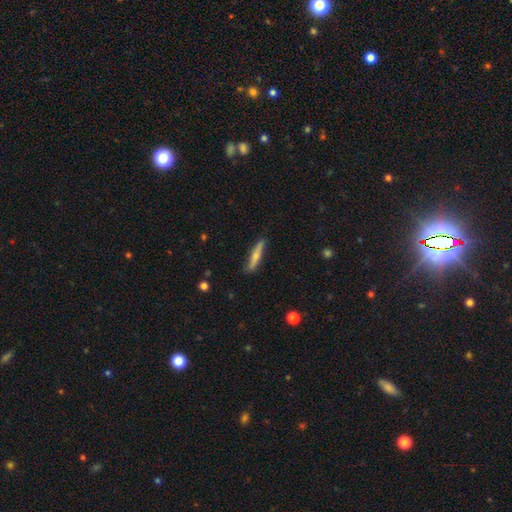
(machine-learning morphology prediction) This is possibly a smooth galaxy (58%). How rounded: clearly cigar-shaped (89%). Merging: clearly none (84%).